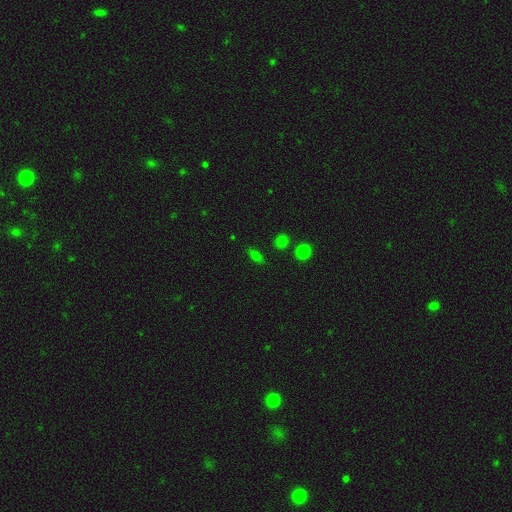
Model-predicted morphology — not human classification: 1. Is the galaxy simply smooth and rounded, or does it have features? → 65% smooth, 21% star or artifact, 13% featured or disk.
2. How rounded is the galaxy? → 70% in between, 15% cigar-shaped, 15% round.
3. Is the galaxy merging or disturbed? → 82% none, 11% minor disturbance, 3% major disturbance, 3% merger.